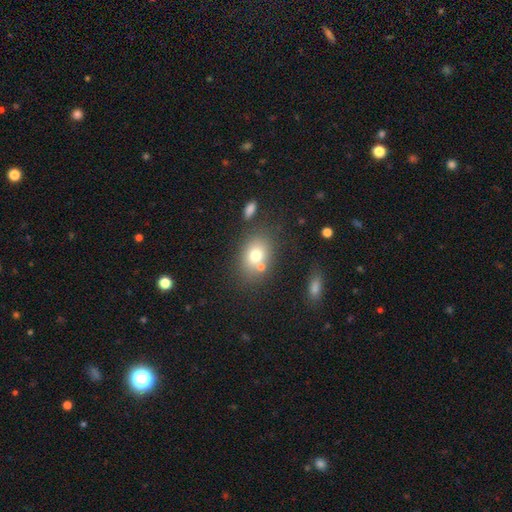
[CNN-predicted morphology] Smooth or featured? Predicted: smooth (p=0.72). How rounded? Predicted: in between (p=0.62). Merging? Predicted: none (p=0.64).